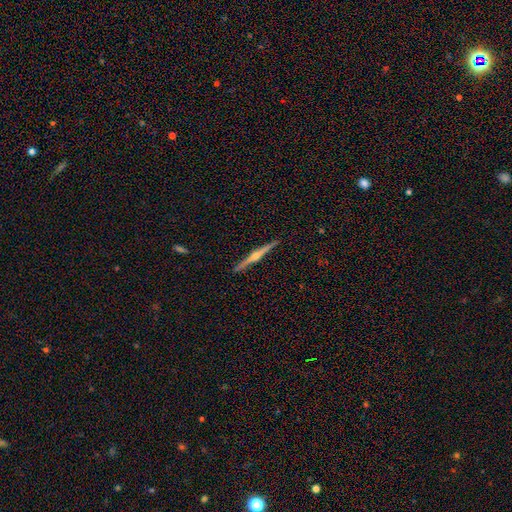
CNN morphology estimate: Smooth or featured? featured or disk (81%)
Edge-on disk? yes (99%)
Edge-on bulge? rounded (89%)
Merging? none (93%)